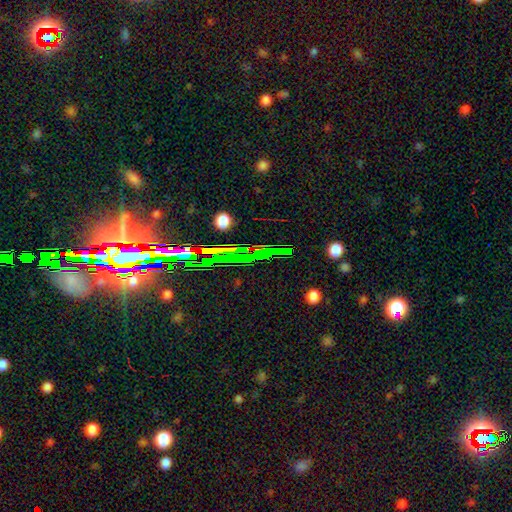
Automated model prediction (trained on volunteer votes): This appears to be a star or artifact, not a galaxy (72%).